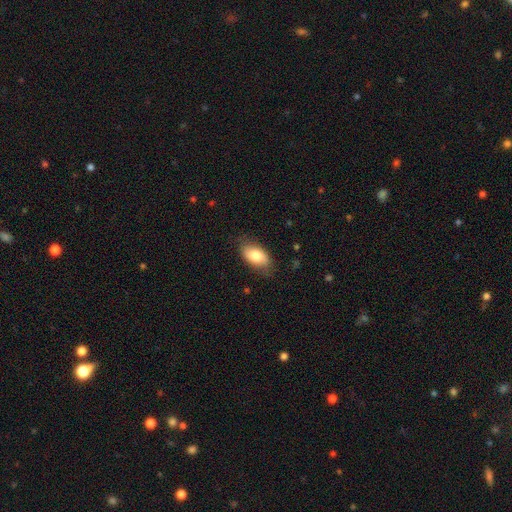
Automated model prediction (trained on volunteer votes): This appears to be a smooth galaxy with no disk features (79%) that is in between round and cigar-shaped (93%). Merging: none (77%).